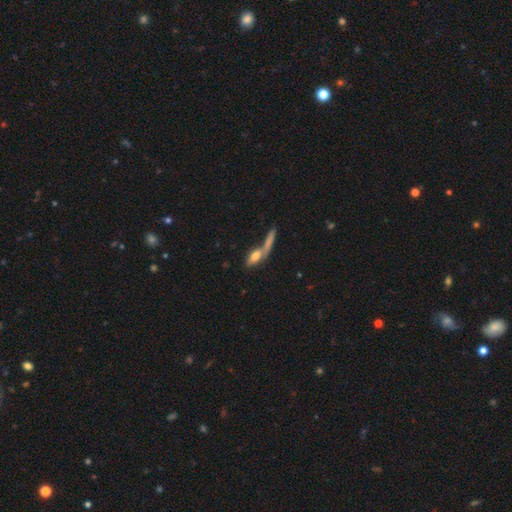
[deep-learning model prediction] Smooth or featured? smooth (65%)
How rounded? in between (55%)
Merging? merger (43%)